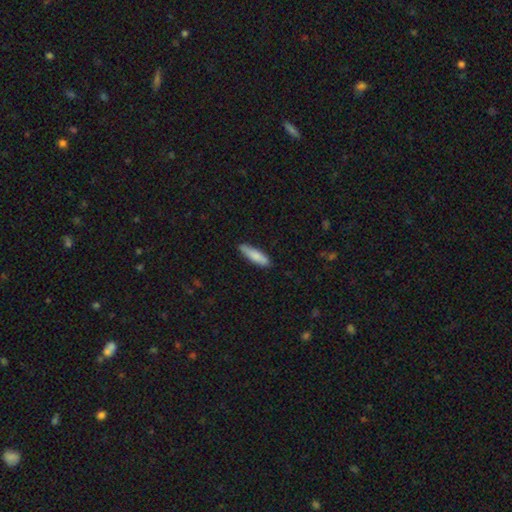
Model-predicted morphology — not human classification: Smooth or featured? smooth (82%)
How rounded? cigar-shaped (70%)
Merging? none (84%)